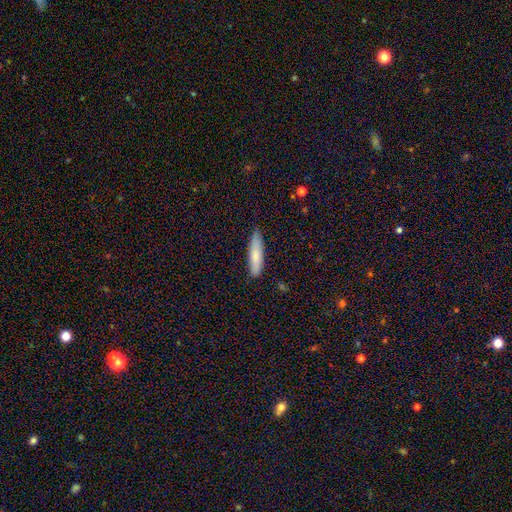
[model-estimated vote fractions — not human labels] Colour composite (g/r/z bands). It shows a smooth galaxy with no disk features (78%) that is cigar-shaped (77%). Merging: none (83%).